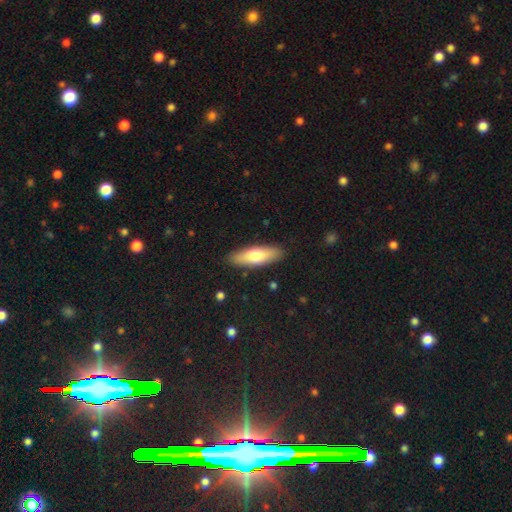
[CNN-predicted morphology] The model was most divided on "how rounded": in between: 53%, cigar-shaped: 45%, round: 2%. More confident: merging — none (88%); smooth or featured — smooth (70%).